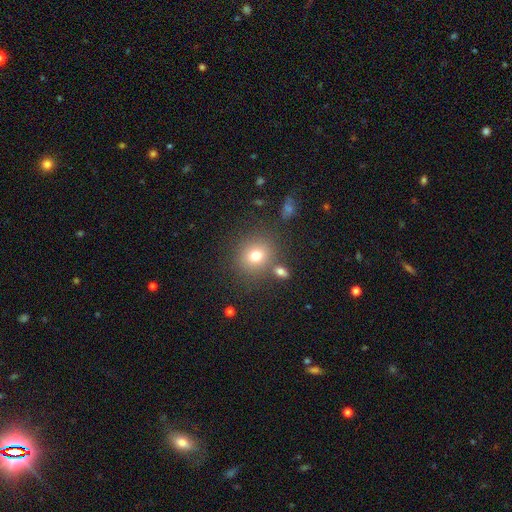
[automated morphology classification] smooth 75%, star or artifact 15%, featured or disk 11%. Down the decision tree: how rounded — round (80%); merging — none (77%).